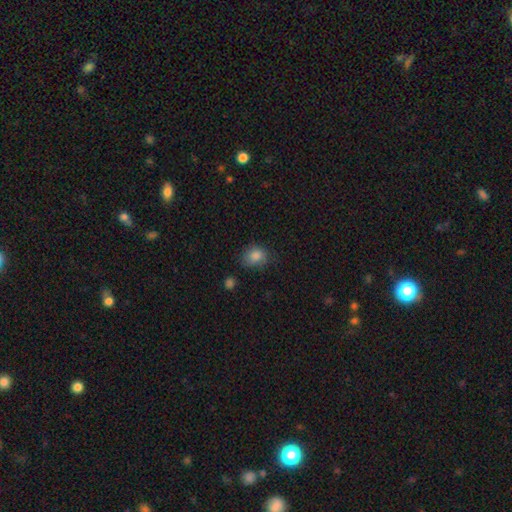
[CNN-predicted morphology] Q: Smooth or featured?
A: smooth (84%); runner-up: star or artifact (10%)
Q: How rounded?
A: in between (52%); runner-up: round (47%)
Q: Merging?
A: none (60%); runner-up: minor disturbance (29%)